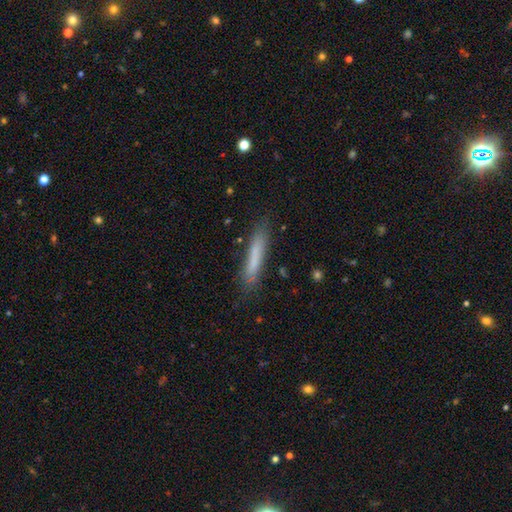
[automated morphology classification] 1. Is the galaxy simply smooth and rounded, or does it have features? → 73% smooth, 19% featured or disk, 8% star or artifact.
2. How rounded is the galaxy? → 92% cigar-shaped, 7% in between, 1% round.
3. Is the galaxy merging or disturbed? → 81% none, 14% minor disturbance, 3% major disturbance, 2% merger.